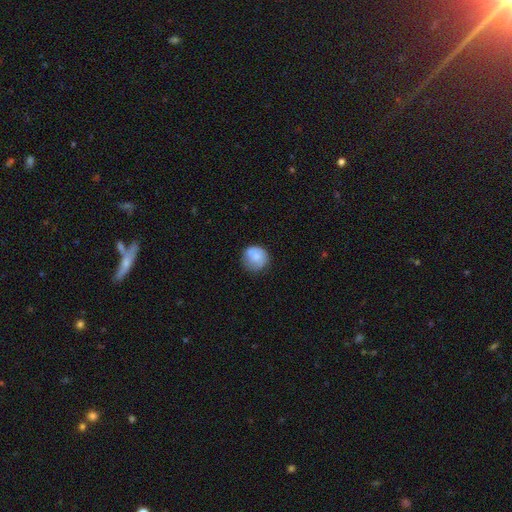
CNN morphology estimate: type=smooth (75%); roundness=round (89%); merging=none (70%).